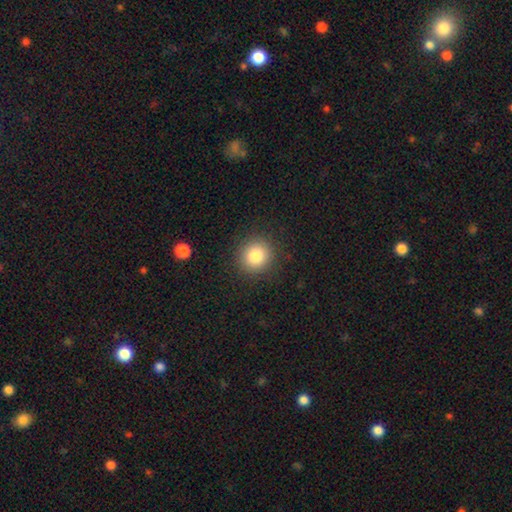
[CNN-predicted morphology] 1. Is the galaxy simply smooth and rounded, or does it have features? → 83% smooth, 11% star or artifact, 7% featured or disk.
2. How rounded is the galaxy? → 90% round, 10% in between, 1% cigar-shaped.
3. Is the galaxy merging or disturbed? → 90% none, 6% minor disturbance, 3% major disturbance, 1% merger.